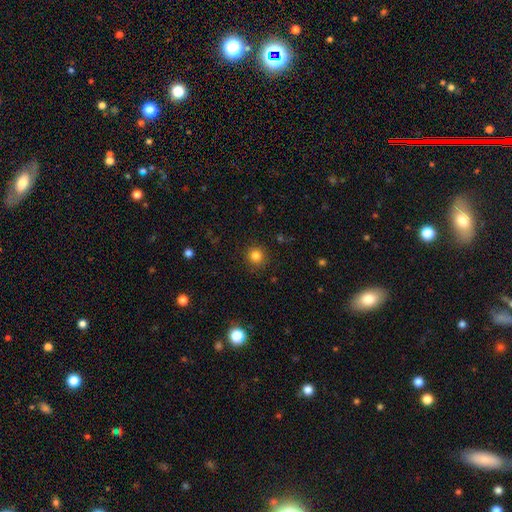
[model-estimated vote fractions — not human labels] Smooth or featured: smooth — 83% (star or artifact — 13%)
How rounded: round — 93% (in between — 7%)
Merging: none — 89% (minor disturbance — 7%)